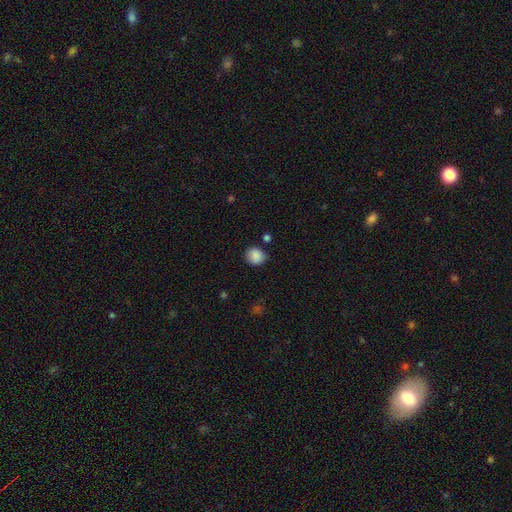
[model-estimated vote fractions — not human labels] This is clearly a smooth galaxy (88%). How rounded: likely round (78%). Merging: clearly none (80%).